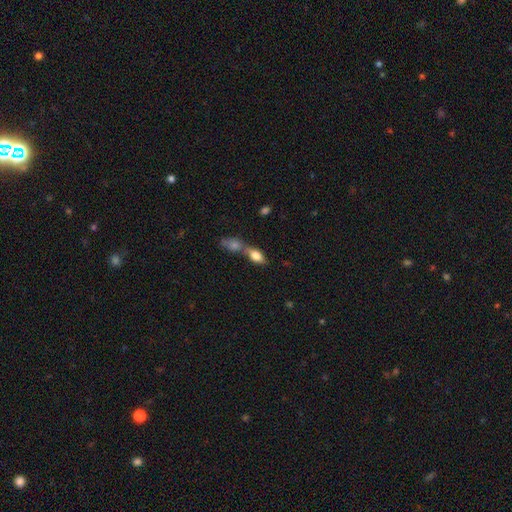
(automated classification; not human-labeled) smooth_or_featured: smooth (p=0.76) [alt: featured or disk p=0.15]
how_rounded: in between (p=0.82) [alt: cigar-shaped p=0.10]
merging: merger (p=0.56) [alt: none p=0.30]